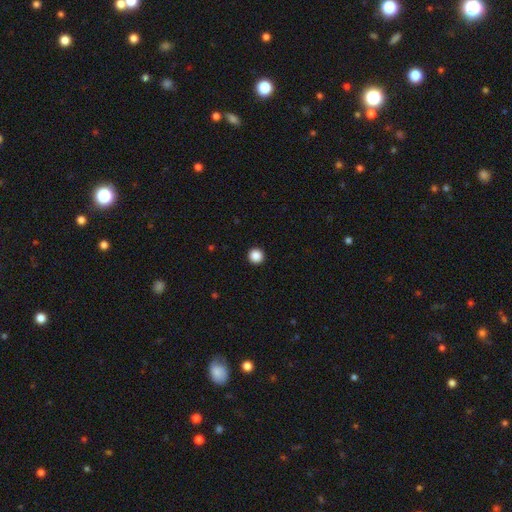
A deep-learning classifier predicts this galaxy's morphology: smooth_or_featured: smooth (p=0.88) [alt: star or artifact p=0.10]
how_rounded: round (p=0.96) [alt: in between p=0.03]
merging: none (p=0.94) [alt: minor disturbance p=0.04]